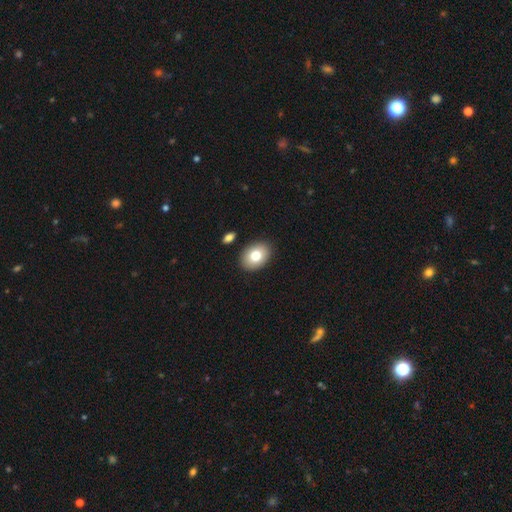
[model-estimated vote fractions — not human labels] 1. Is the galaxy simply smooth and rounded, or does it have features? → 79% smooth, 13% featured or disk, 8% star or artifact.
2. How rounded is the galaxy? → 78% in between, 22% round, 1% cigar-shaped.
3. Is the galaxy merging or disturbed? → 88% none, 8% minor disturbance, 3% merger, 2% major disturbance.